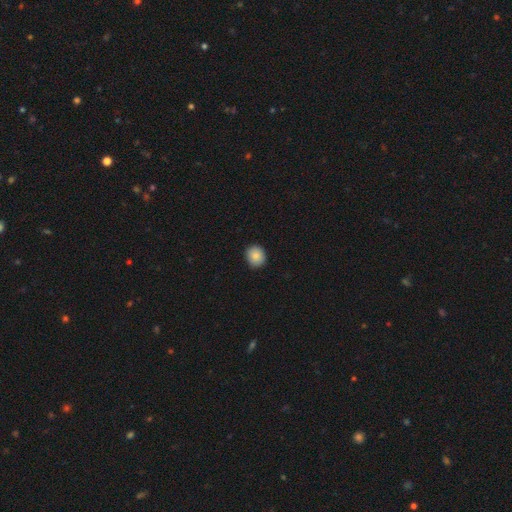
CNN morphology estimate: Overall: smooth (86%). How rounded: round (80%). Merging: none (89%).